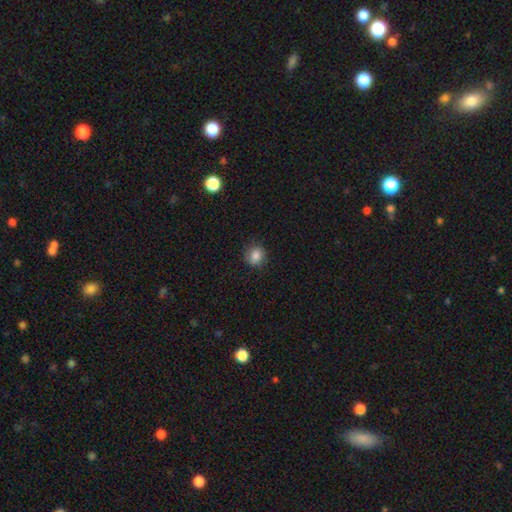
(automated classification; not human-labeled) A smooth galaxy with no disk features (81%) that is round (78%).

Vote fractions:
- Smooth or featured? smooth: 81% / star or artifact: 10% / featured or disk: 8%
- How rounded? round: 78% / in between: 21% / cigar-shaped: 1%
- Merging? none: 80% / minor disturbance: 15% / major disturbance: 4% / merger: 1%